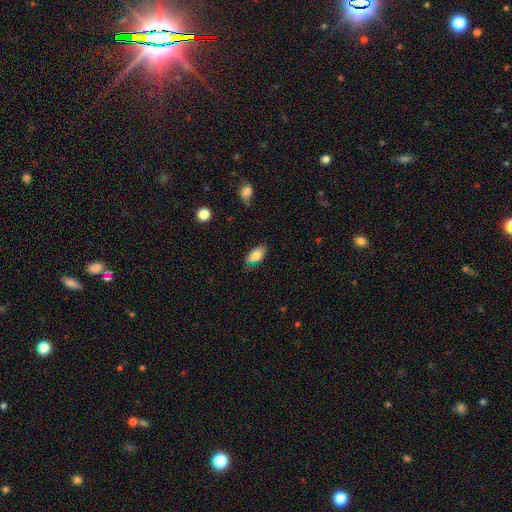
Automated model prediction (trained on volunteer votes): smooth-or-featured: smooth: 80% | featured or disk: 12% | star or artifact: 7%
  how-rounded: in between: 91% | cigar-shaped: 6% | round: 3%
  merging: none: 69% | minor disturbance: 24% | major disturbance: 5% | merger: 2%